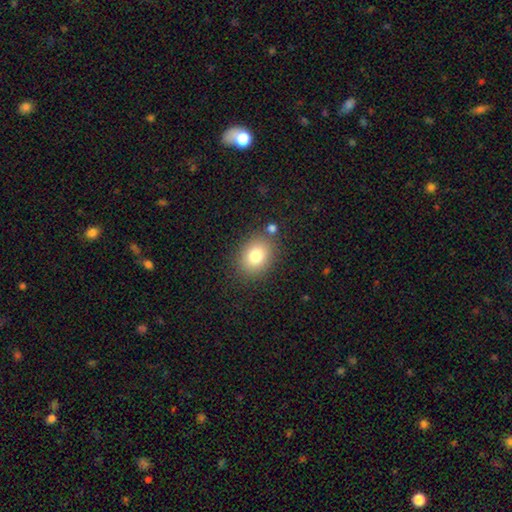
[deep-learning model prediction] This appears to be a smooth galaxy with no disk features (80%) that is in between round and cigar-shaped (60%). Merging: none (80%).